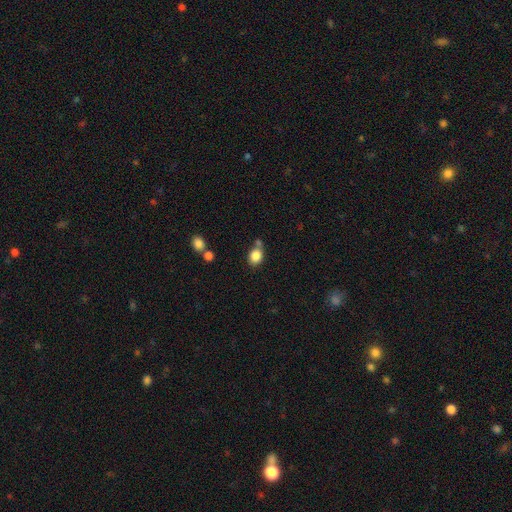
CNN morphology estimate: Overall: smooth (85%). How rounded: round (51%; in between 48%). Merging: none (61%).